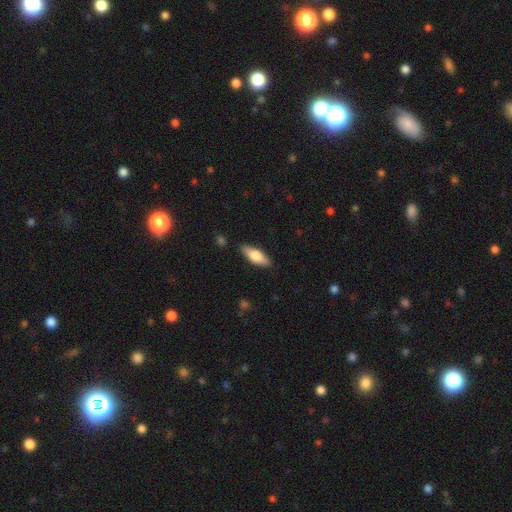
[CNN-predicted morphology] Smooth or featured?
  - smooth: 67% *
  - featured or disk: 28%
  - star or artifact: 6%
How rounded?
  - in between: 66% *
  - cigar-shaped: 32%
  - round: 2%
Merging?
  - none: 85% *
  - minor disturbance: 11%
  - major disturbance: 2%
  - merger: 2%